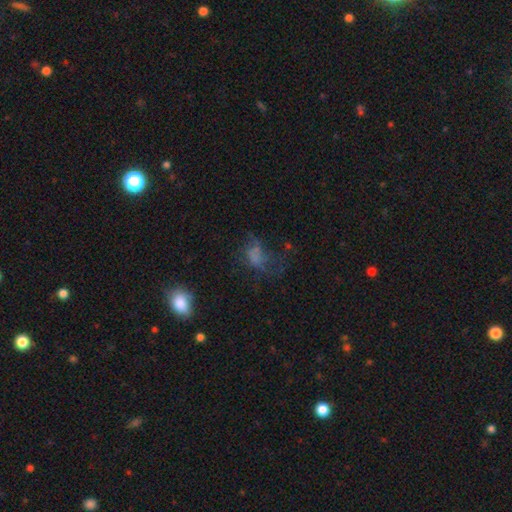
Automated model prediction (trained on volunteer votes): The model was most divided on "merging": major disturbance: 45%, none: 31%, minor disturbance: 19%, merger: 5%. Remaining: smooth or featured — smooth (49%).